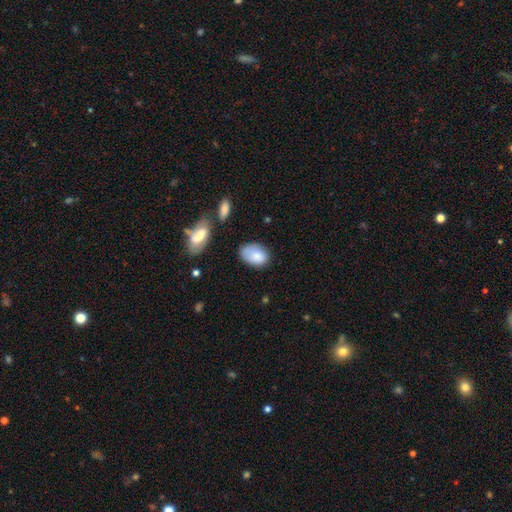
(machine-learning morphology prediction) type=smooth (81%); roundness=in between (89%); merging=none (55%).